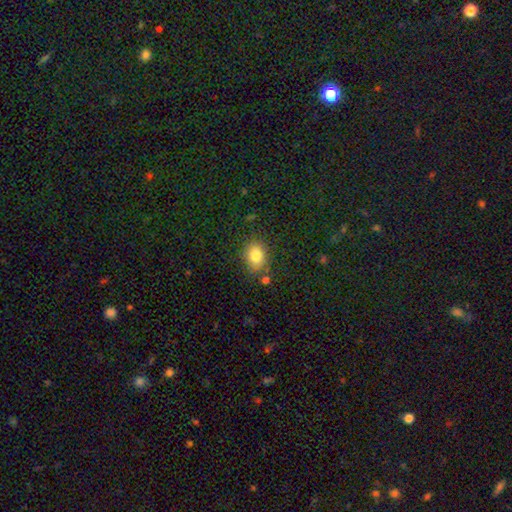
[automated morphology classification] Q: Smooth or featured?
A: smooth (82%); runner-up: star or artifact (10%)
Q: How rounded?
A: in between (57%); runner-up: round (42%)
Q: Merging?
A: none (79%); runner-up: minor disturbance (14%)